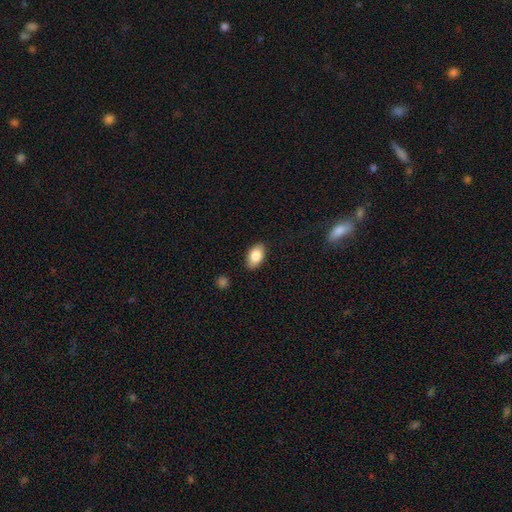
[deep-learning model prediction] This is clearly a smooth galaxy (83%). How rounded: clearly in between (92%). Merging: clearly none (86%).